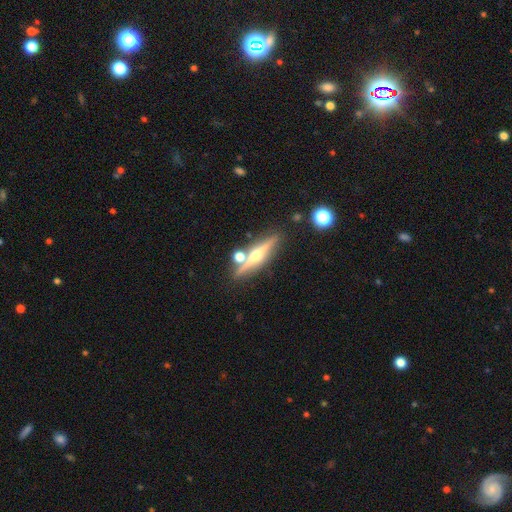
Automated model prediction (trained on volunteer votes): featured or disk 76%, smooth 16%, star or artifact 8%. Down the decision tree: edge-on disk — yes (96%); edge-on bulge — rounded (94%); merging — none (81%).